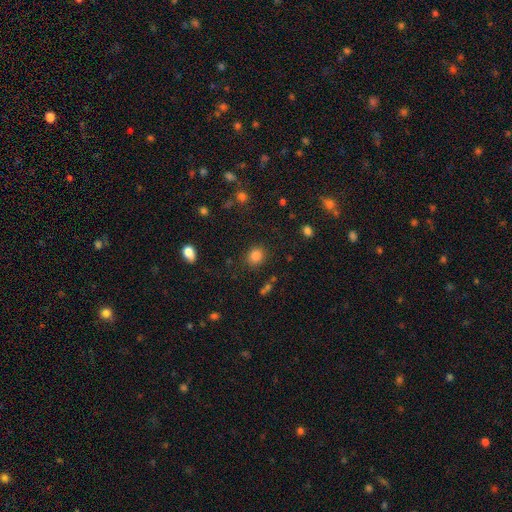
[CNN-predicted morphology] A smooth galaxy with no disk features (83%) that is round (79%).

Vote fractions:
- Smooth or featured? smooth: 83% / star or artifact: 12% / featured or disk: 6%
- How rounded? round: 79% / in between: 20% / cigar-shaped: 1%
- Merging? none: 87% / minor disturbance: 8% / major disturbance: 3% / merger: 2%